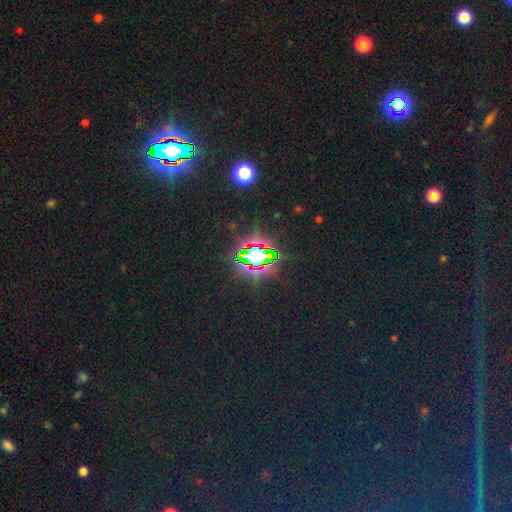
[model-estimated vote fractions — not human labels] Morphology: type=star or artifact (78%).